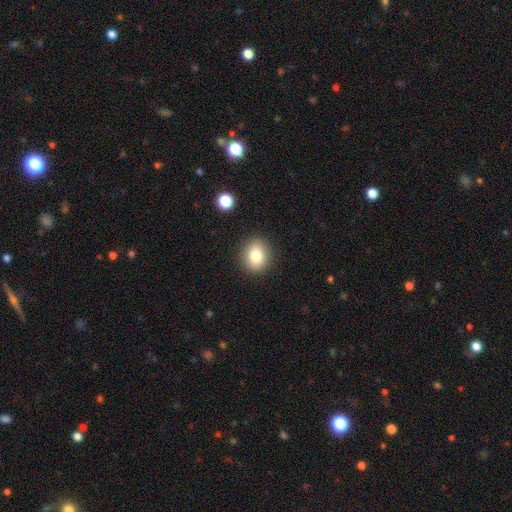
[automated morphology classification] Q: Smooth or featured?
A: smooth (81%); runner-up: star or artifact (10%)
Q: How rounded?
A: round (66%); runner-up: in between (33%)
Q: Merging?
A: none (89%); runner-up: minor disturbance (8%)